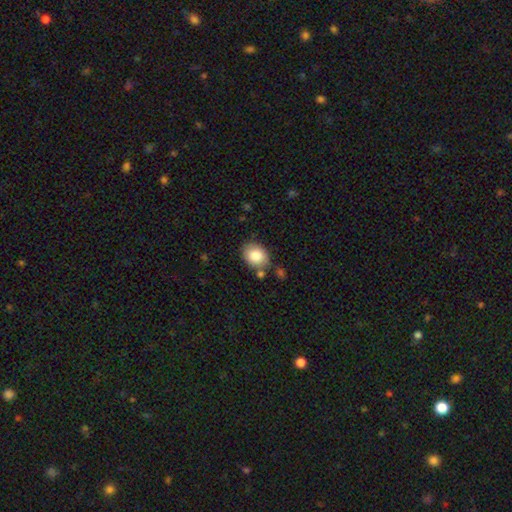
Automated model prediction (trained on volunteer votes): A smooth galaxy with no disk features (83%) that is in between round and cigar-shaped (61%).

Vote fractions:
- Smooth or featured? smooth: 83% / featured or disk: 9% / star or artifact: 8%
- How rounded? in between: 61% / round: 38% / cigar-shaped: 1%
- Merging? none: 74% / minor disturbance: 15% / merger: 7% / major disturbance: 4%